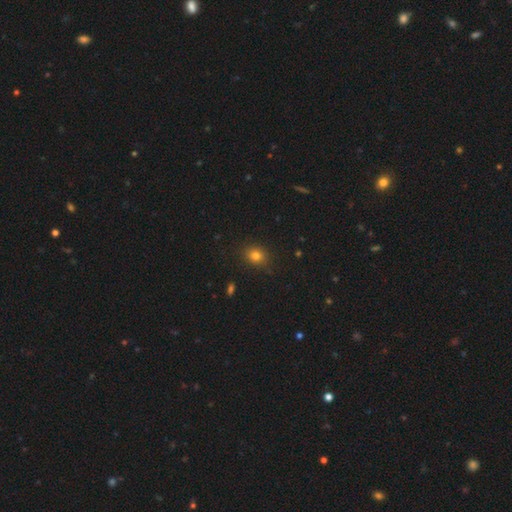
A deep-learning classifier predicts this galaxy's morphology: smooth 80%, star or artifact 14%, featured or disk 7%. Down the decision tree: how rounded — round (61%); merging — none (86%).